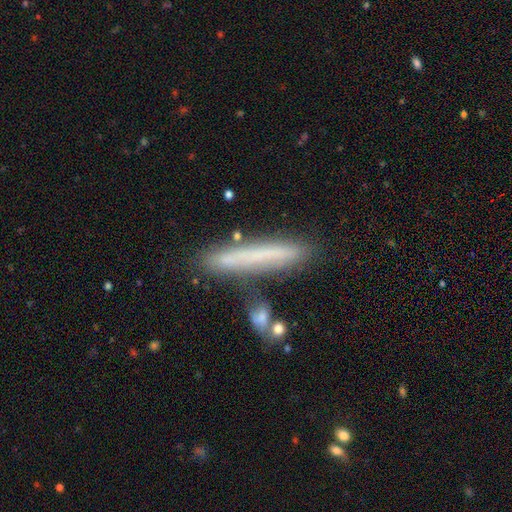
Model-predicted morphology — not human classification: smooth-or-featured: smooth: 59% | featured or disk: 32% | star or artifact: 9%
  how-rounded: cigar-shaped: 95% | in between: 4% | round: 1%
  merging: none: 80% | minor disturbance: 12% | merger: 5% | major disturbance: 3%